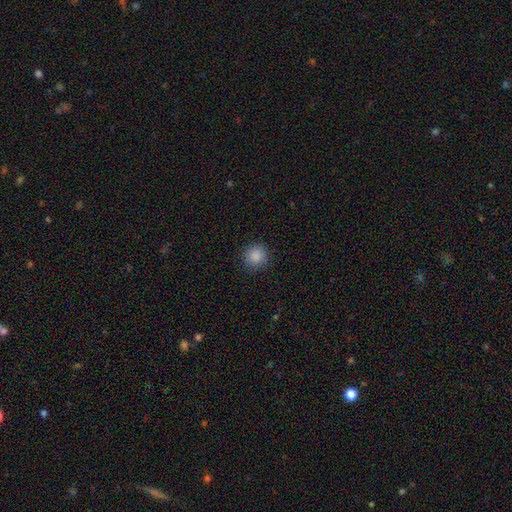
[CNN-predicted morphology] This is clearly a smooth galaxy (87%). How rounded: clearly round (92%). Merging: clearly none (90%).